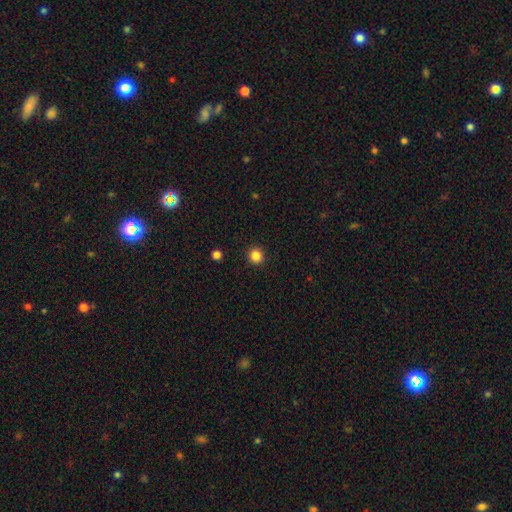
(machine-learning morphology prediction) This appears to be a smooth galaxy with no disk features (85%) that is round (92%). Merging: none (92%).